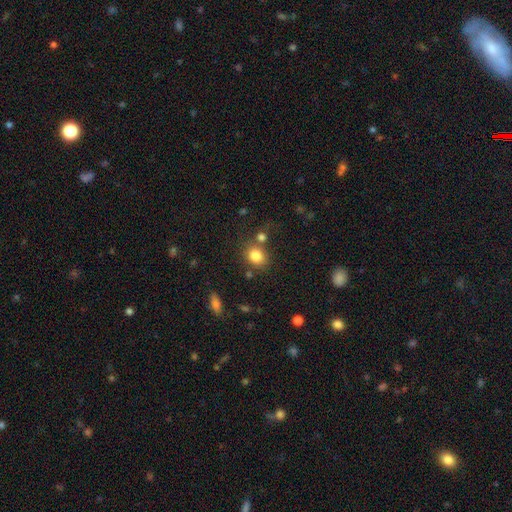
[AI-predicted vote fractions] Smooth or featured?
  - smooth: 82% *
  - star or artifact: 11%
  - featured or disk: 7%
How rounded?
  - round: 62% *
  - in between: 37%
  - cigar-shaped: 1%
Merging?
  - none: 66% *
  - merger: 17%
  - minor disturbance: 12%
  - major disturbance: 5%